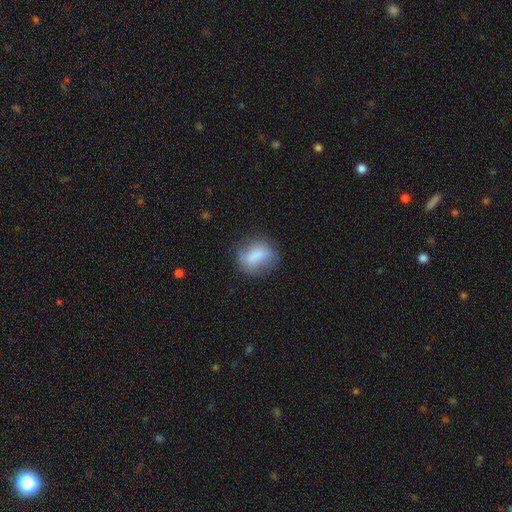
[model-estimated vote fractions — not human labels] This is likely a smooth galaxy (77%). How rounded: possibly in between (55%). Merging: likely none (63%).